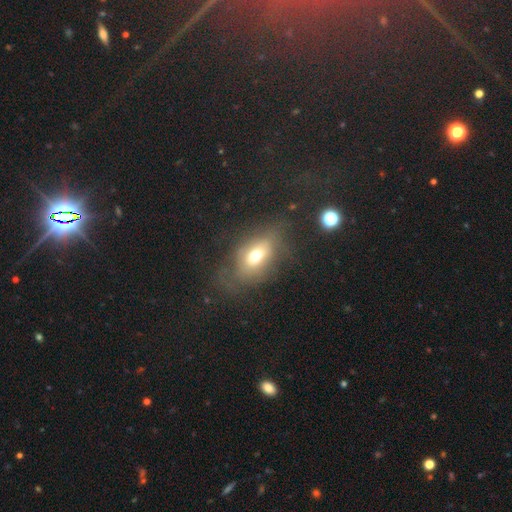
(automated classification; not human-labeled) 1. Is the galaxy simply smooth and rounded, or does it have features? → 62% smooth, 26% featured or disk, 12% star or artifact.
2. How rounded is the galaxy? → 78% in between, 19% round, 3% cigar-shaped.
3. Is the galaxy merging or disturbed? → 51% none, 24% major disturbance, 22% minor disturbance, 3% merger.